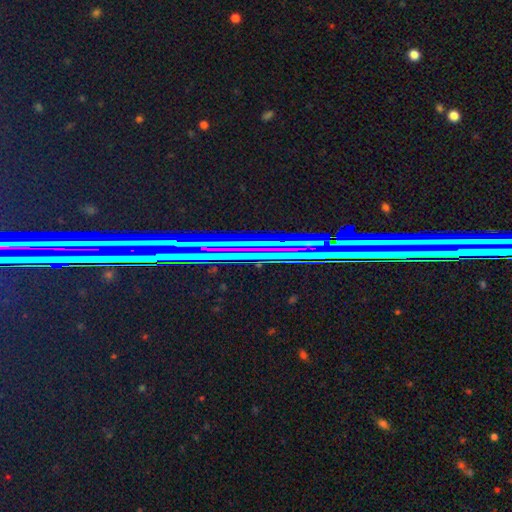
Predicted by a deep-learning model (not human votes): A star or artifact, not a galaxy (74%).